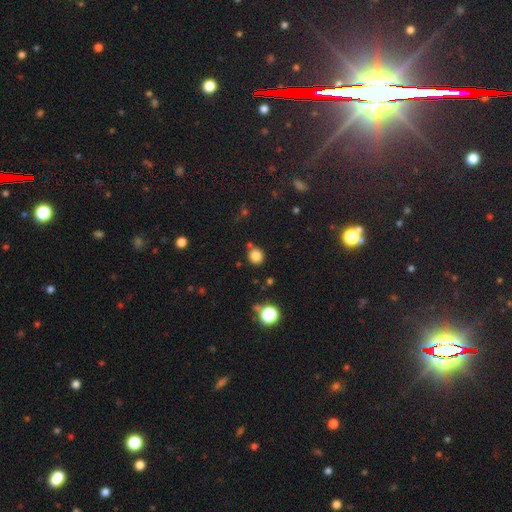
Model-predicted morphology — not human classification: type=smooth (82%); roundness=round (89%); merging=none (79%).